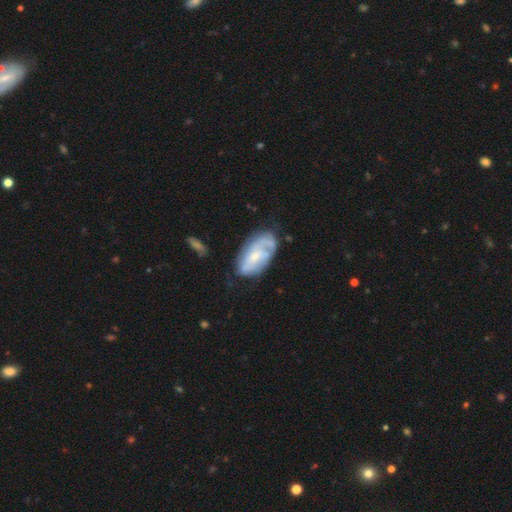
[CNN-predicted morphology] Smooth or featured: featured or disk — 64% (smooth — 29%)
Edge-on disk: no — 94% (yes — 6%)
Bar: no — 59% (weak — 33%)
Spiral arms: yes — 74% (no — 26%)
Bulge size: small — 64% (moderate — 29%)
Merging: none — 57% (minor disturbance — 27%)